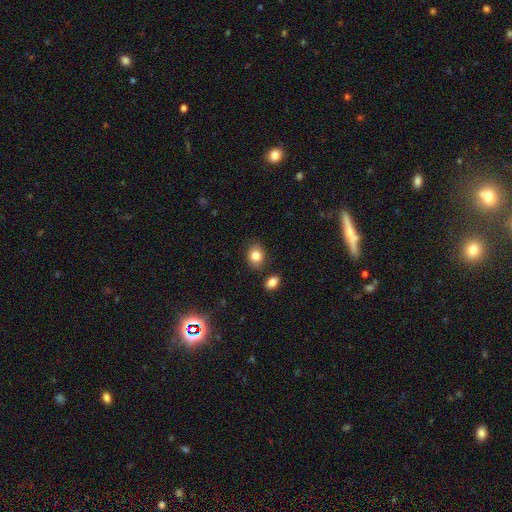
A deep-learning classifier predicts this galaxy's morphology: smooth_or_featured: smooth (p=0.84) [alt: star or artifact p=0.09]
how_rounded: in between (p=0.51) [alt: round p=0.48]
merging: none (p=0.82) [alt: minor disturbance p=0.10]